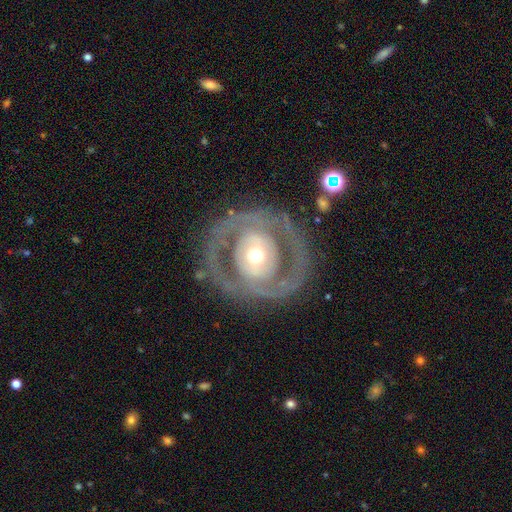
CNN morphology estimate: type=featured or disk (73%); edge-on=no (96%); bar=no (69%); spiral arms=no (57%); bulge=moderate (67%); merging=none (75%).